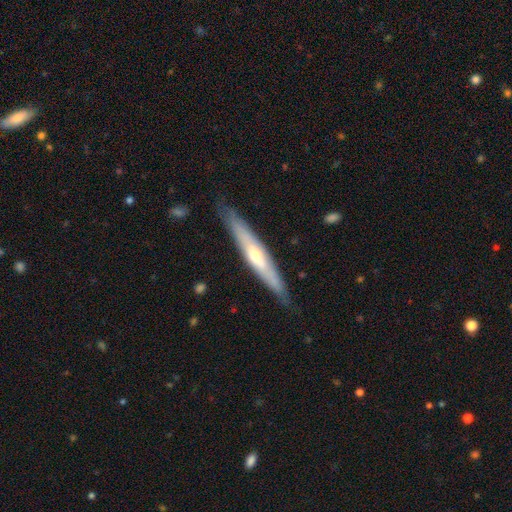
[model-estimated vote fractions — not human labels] Smooth or featured? featured or disk (59%)
Edge-on disk? yes (87%)
Edge-on bulge? rounded (72%)
Merging? none (85%)